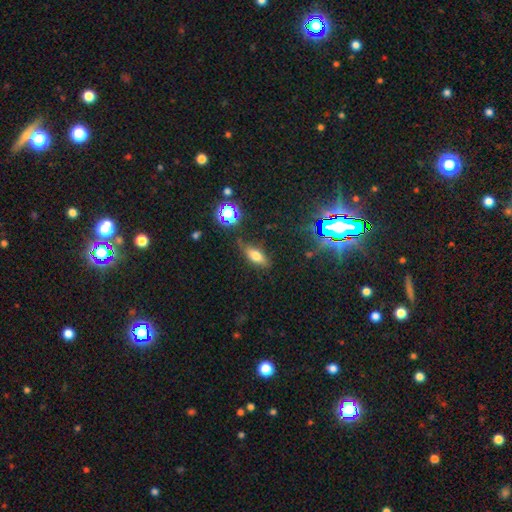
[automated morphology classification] smooth_or_featured: smooth (p=0.62) [alt: featured or disk p=0.20]
how_rounded: in between (p=0.70) [alt: cigar-shaped p=0.24]
merging: none (p=0.74) [alt: minor disturbance p=0.17]